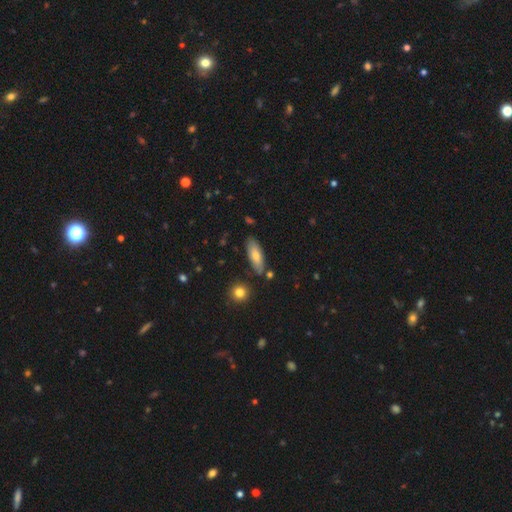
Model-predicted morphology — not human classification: smooth-or-featured: smooth: 72% | featured or disk: 22% | star or artifact: 6%
  how-rounded: in between: 68% | cigar-shaped: 30% | round: 2%
  merging: none: 80% | minor disturbance: 13% | merger: 4% | major disturbance: 3%